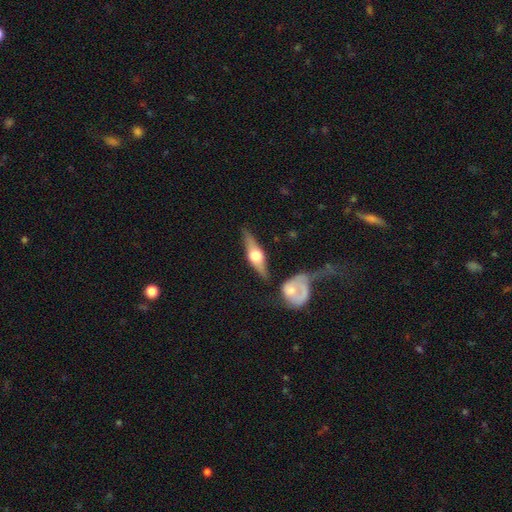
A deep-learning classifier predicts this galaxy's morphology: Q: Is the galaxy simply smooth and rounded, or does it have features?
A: featured or disk — 72%.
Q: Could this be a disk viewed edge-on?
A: yes — 92%.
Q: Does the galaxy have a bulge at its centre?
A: rounded — 95%.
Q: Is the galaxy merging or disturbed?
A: none — 75%.